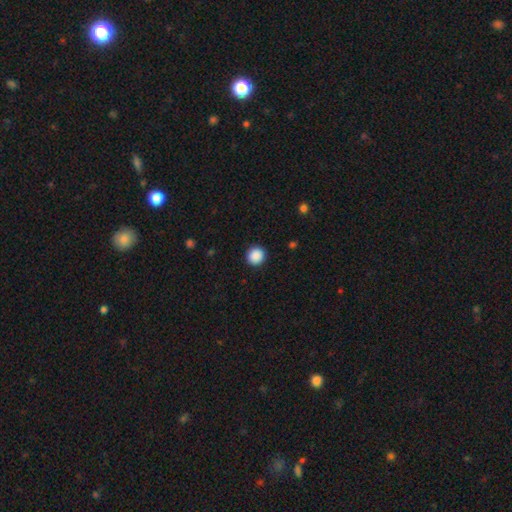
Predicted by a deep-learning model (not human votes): Smooth or featured?
  - smooth: 89% *
  - star or artifact: 8%
  - featured or disk: 2%
How rounded?
  - round: 93% *
  - in between: 6%
  - cigar-shaped: 1%
Merging?
  - none: 92% *
  - minor disturbance: 5%
  - major disturbance: 2%
  - merger: 1%